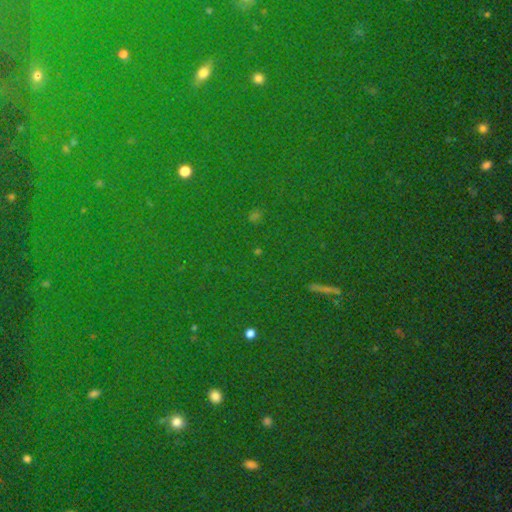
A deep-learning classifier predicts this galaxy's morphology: The model was most divided on "smooth or featured": star or artifact: 78%, smooth: 13%, featured or disk: 9%.